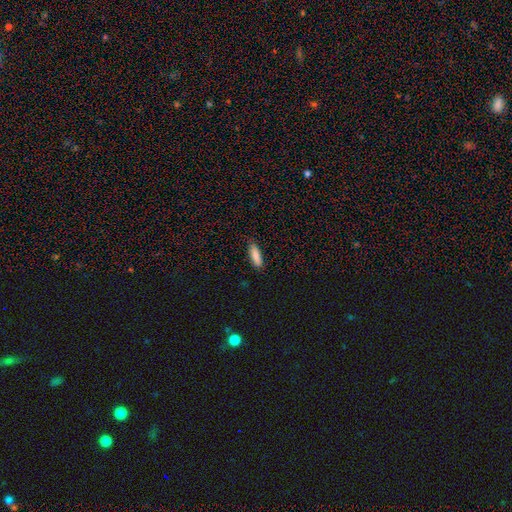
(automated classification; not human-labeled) smooth 86%, featured or disk 7%, star or artifact 7%. Down the decision tree: how rounded — cigar-shaped (56%); merging — none (86%).